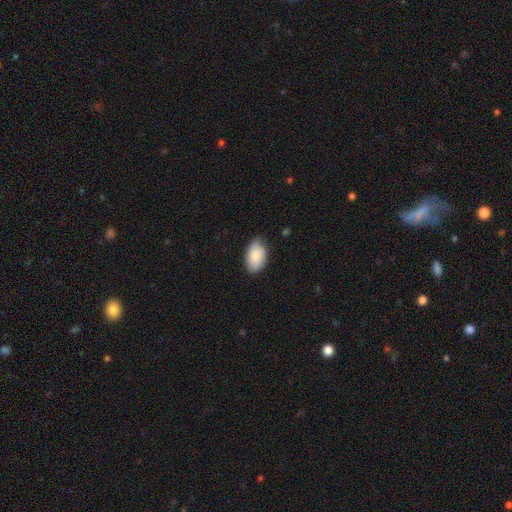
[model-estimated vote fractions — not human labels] The model was most divided on "merging": none: 71%, minor disturbance: 24%, major disturbance: 4%, merger: 1%. More confident: how rounded — in between (93%); smooth or featured — smooth (83%).